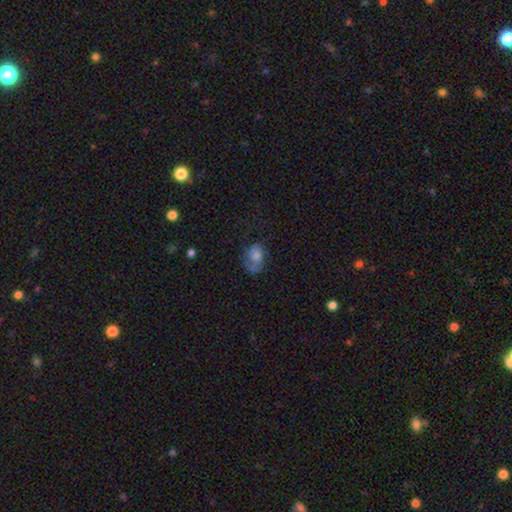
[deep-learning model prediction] Smooth or featured? Predicted: smooth (p=0.56). How rounded? Predicted: in between (p=0.60). Merging? Predicted: none (p=0.39).